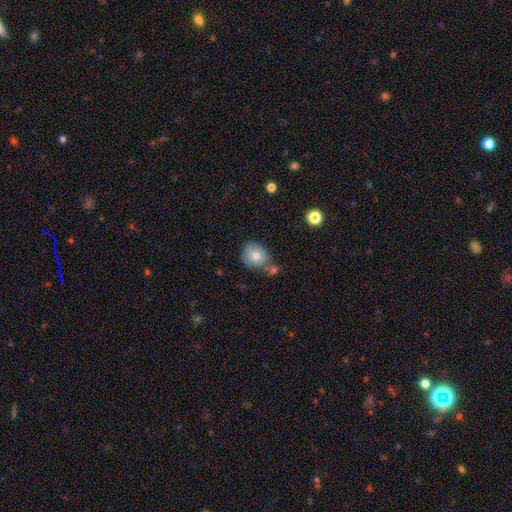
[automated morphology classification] Q: Smooth or featured?
A: smooth (78%); runner-up: featured or disk (13%)
Q: How rounded?
A: round (75%); runner-up: in between (24%)
Q: Merging?
A: none (54%); runner-up: merger (22%)